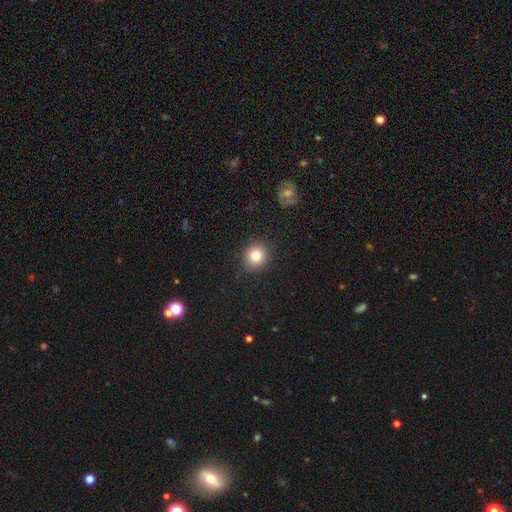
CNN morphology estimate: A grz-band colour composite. It shows a smooth galaxy with no disk features (81%) that is round (85%). Merging: none (90%).